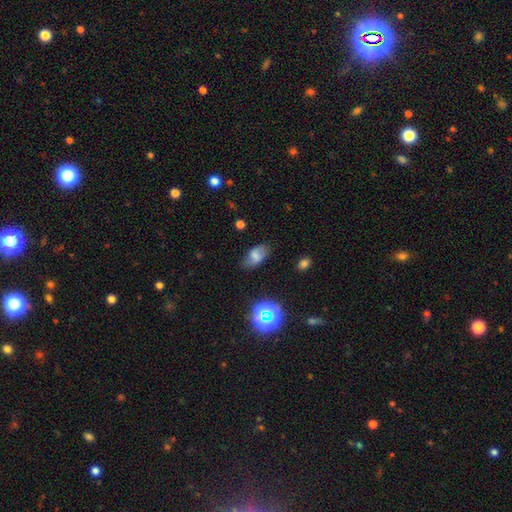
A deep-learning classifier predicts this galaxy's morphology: Smooth or featured? Predicted: smooth (p=0.58). How rounded? Predicted: in between (p=0.89). Merging? Predicted: none (p=0.74).